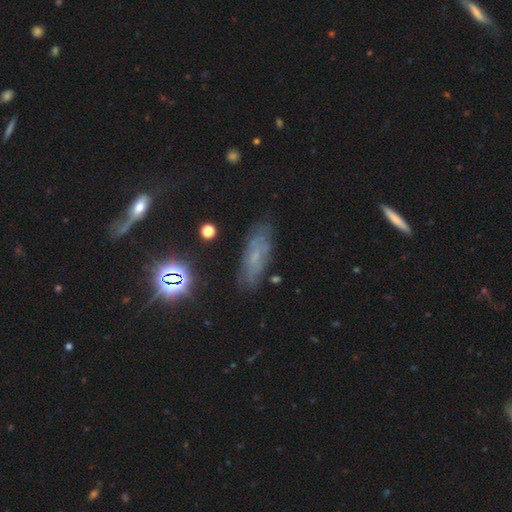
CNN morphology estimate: smooth_or_featured: featured or disk (p=0.47) [alt: smooth p=0.35]
merging: none (p=0.75) [alt: minor disturbance p=0.17]